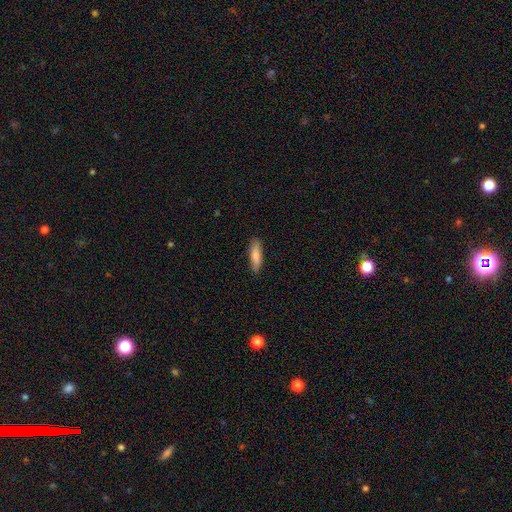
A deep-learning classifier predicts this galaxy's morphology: Smooth or featured?
  - smooth: 81% *
  - featured or disk: 13%
  - star or artifact: 6%
How rounded?
  - cigar-shaped: 66% *
  - in between: 32%
  - round: 2%
Merging?
  - none: 86% *
  - minor disturbance: 11%
  - major disturbance: 2%
  - merger: 1%